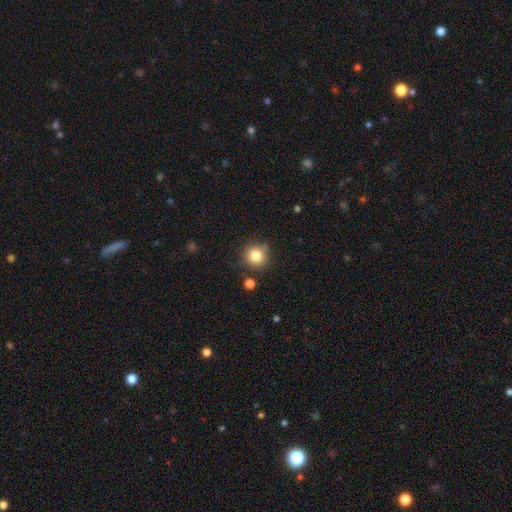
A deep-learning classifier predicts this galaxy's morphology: type=smooth (82%); roundness=round (93%); merging=none (82%).